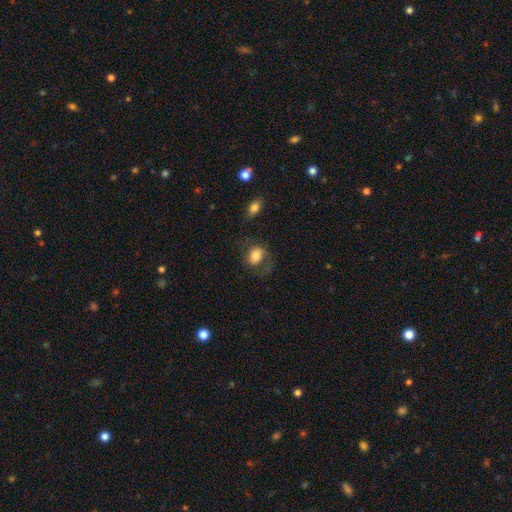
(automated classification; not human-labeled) smooth-or-featured: smooth: 63% | featured or disk: 29% | star or artifact: 8%
  how-rounded: in between: 61% | round: 38% | cigar-shaped: 1%
  merging: none: 50% | major disturbance: 26% | minor disturbance: 20% | merger: 3%